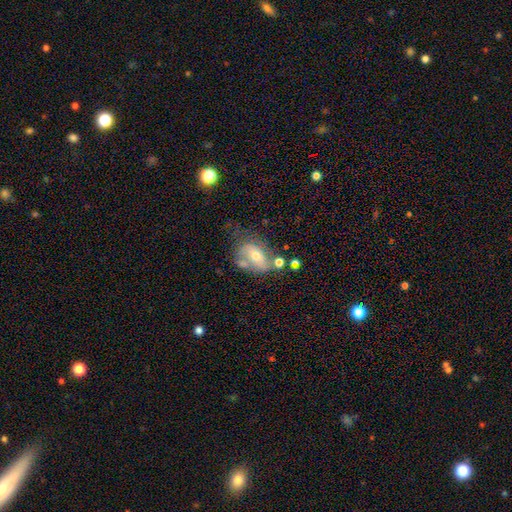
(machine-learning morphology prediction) Overall: smooth (46%; featured or disk 45%). Merging: none (35%; minor disturbance 24%).